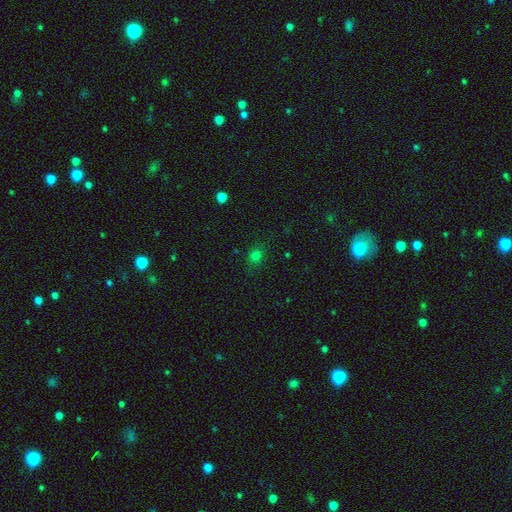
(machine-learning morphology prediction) Q: Smooth or featured?
A: smooth (76%); runner-up: star or artifact (19%)
Q: How rounded?
A: round (70%); runner-up: in between (29%)
Q: Merging?
A: none (85%); runner-up: minor disturbance (11%)